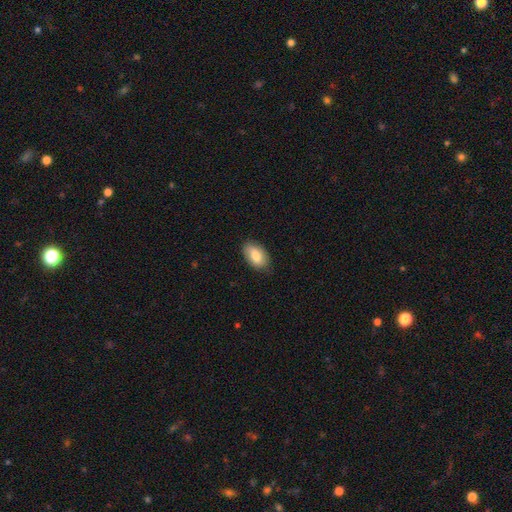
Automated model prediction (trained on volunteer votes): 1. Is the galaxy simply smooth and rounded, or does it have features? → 80% smooth, 14% featured or disk, 6% star or artifact.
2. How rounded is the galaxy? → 93% in between, 5% round, 2% cigar-shaped.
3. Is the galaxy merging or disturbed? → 82% none, 14% minor disturbance, 3% major disturbance, 1% merger.